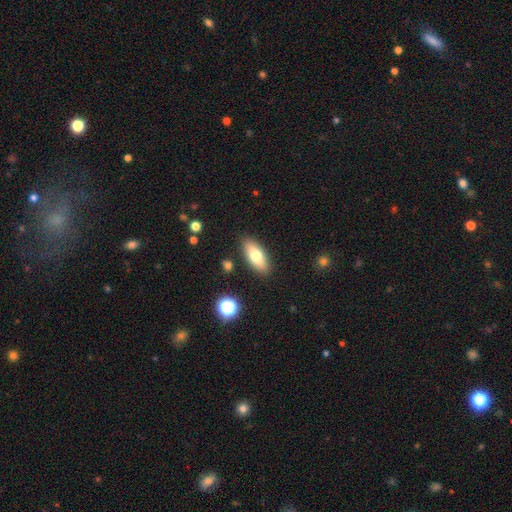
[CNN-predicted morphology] A smooth galaxy with no disk features (72%) that is in between round and cigar-shaped (81%). Merging: none (87%).